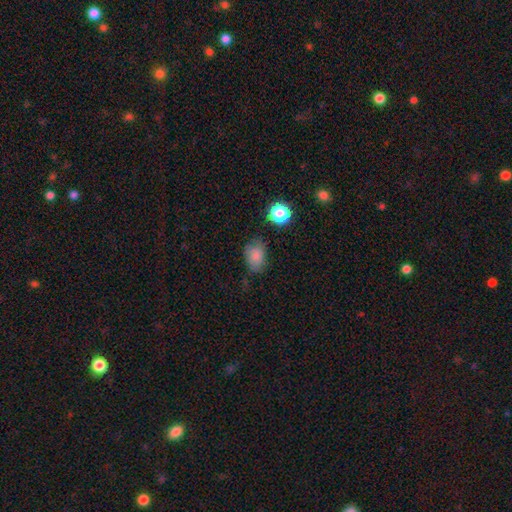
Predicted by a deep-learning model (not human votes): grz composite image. It shows a smooth galaxy with no disk features (80%) that is in between round and cigar-shaped (75%). Merging: none (68%).